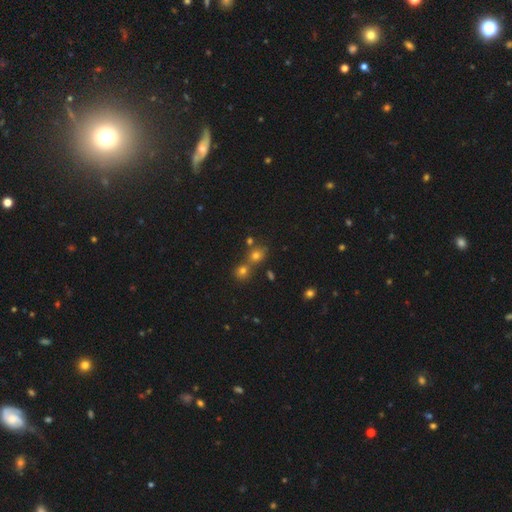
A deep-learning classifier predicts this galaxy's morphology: This is possibly a smooth galaxy (60%). How rounded: likely round (79%). Merging: possibly none (54%).